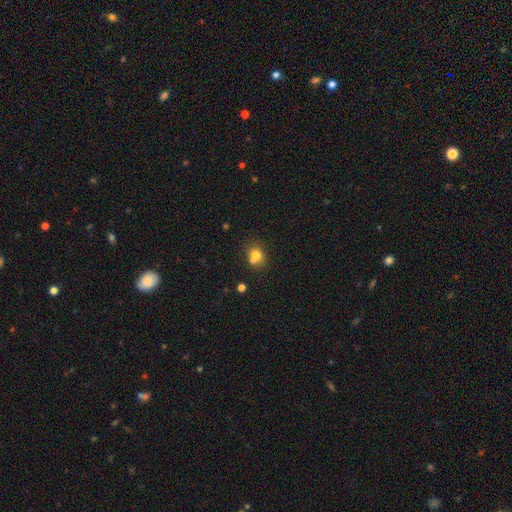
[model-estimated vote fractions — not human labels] Morphology: type=smooth (73%); roundness=round (66%); merging=none (48%).